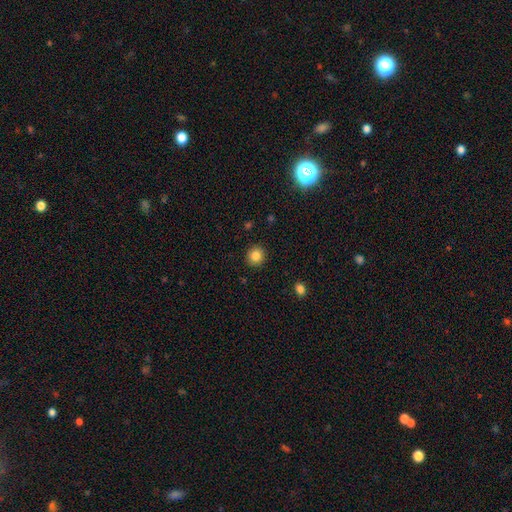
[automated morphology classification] A smooth galaxy with no disk features (84%) that is round (89%). Merging: none (92%).